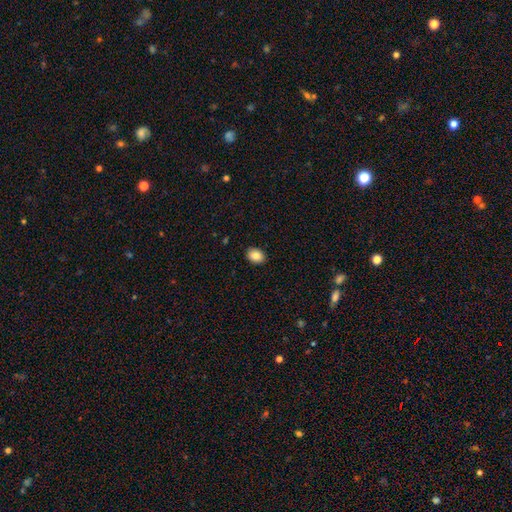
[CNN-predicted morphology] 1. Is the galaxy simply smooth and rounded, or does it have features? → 87% smooth, 8% star or artifact, 5% featured or disk.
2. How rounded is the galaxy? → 64% in between, 35% round, 1% cigar-shaped.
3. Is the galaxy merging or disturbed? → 90% none, 7% minor disturbance, 2% major disturbance, 1% merger.